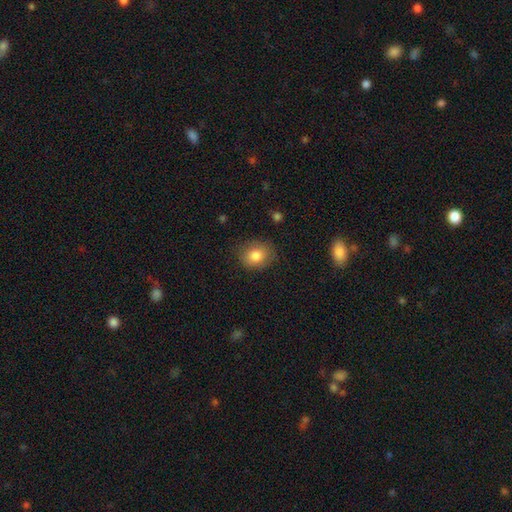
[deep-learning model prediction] Morphology: type=smooth (81%); roundness=round (62%); merging=none (78%).